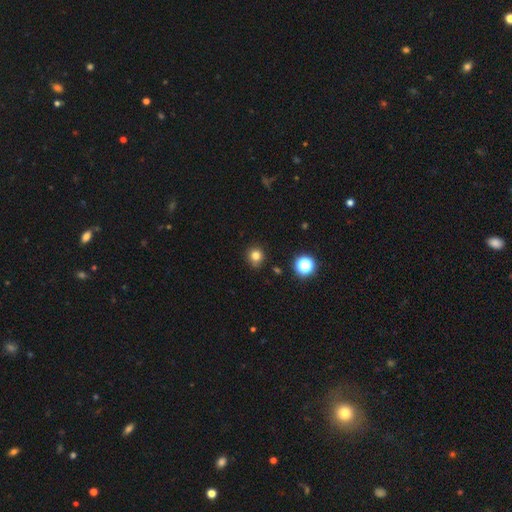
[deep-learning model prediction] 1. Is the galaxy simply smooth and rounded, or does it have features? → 79% smooth, 15% star or artifact, 6% featured or disk.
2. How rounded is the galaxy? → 86% round, 13% in between, 1% cigar-shaped.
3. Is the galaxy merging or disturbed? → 84% none, 12% minor disturbance, 2% major disturbance, 2% merger.